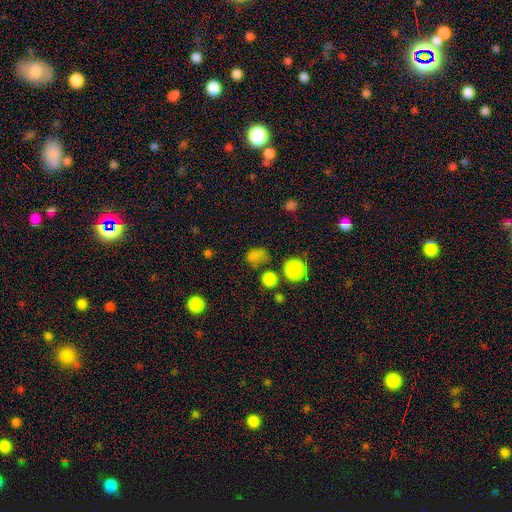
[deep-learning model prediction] smooth 72%, star or artifact 22%, featured or disk 7%. Down the decision tree: how rounded — in between (51%); merging — none (59%).